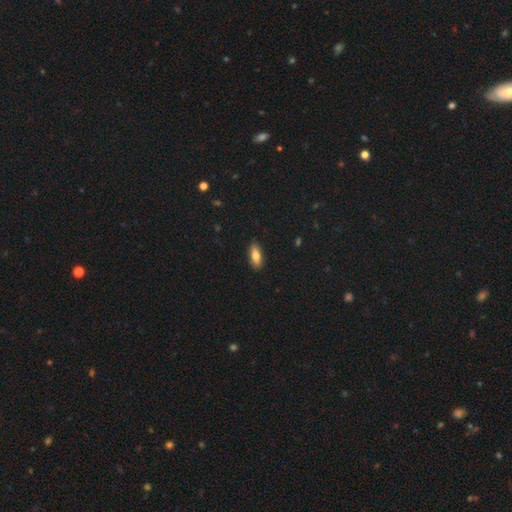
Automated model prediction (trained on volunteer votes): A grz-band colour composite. It shows a smooth galaxy with no disk features (78%) that is in between round and cigar-shaped (75%). Merging: none (88%).